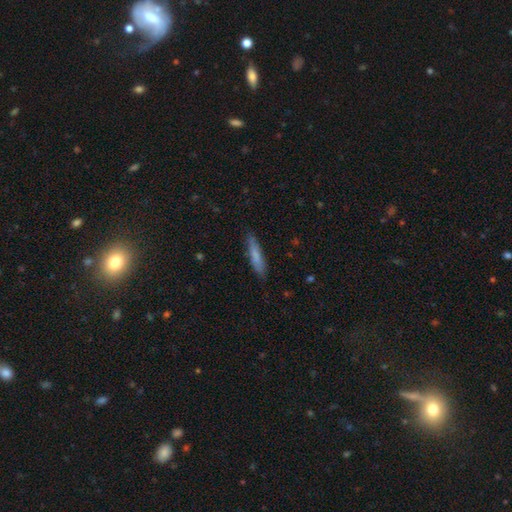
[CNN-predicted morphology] A smooth galaxy with no disk features (75%) that is cigar-shaped (86%).

Vote fractions:
- Smooth or featured? smooth: 75% / featured or disk: 19% / star or artifact: 6%
- How rounded? cigar-shaped: 86% / in between: 12% / round: 1%
- Merging? none: 83% / minor disturbance: 13% / major disturbance: 2% / merger: 1%